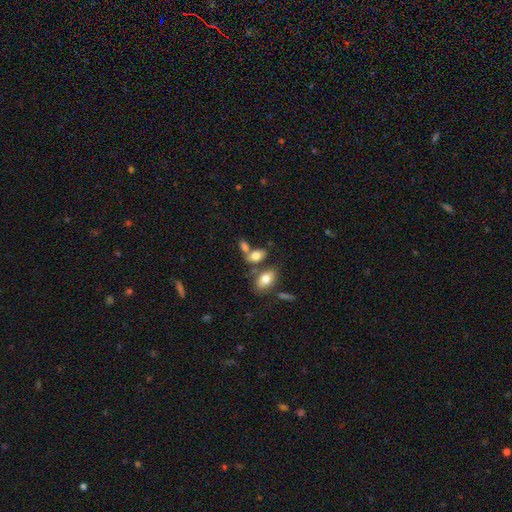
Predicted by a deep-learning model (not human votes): A smooth galaxy with no disk features (77%) that is in between round and cigar-shaped (89%).

Vote fractions:
- Smooth or featured? smooth: 77% / featured or disk: 14% / star or artifact: 9%
- How rounded? in between: 89% / round: 8% / cigar-shaped: 4%
- Merging? none: 46% / merger: 35% / minor disturbance: 13% / major disturbance: 6%